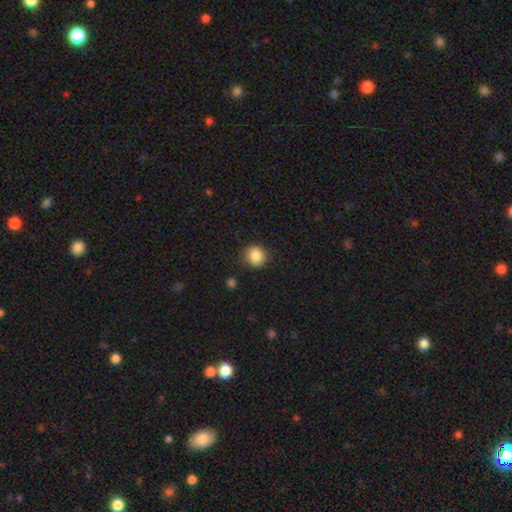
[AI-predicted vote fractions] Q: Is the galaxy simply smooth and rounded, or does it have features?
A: smooth — 87%.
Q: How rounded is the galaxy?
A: round — 87%.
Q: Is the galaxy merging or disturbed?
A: none — 84%.